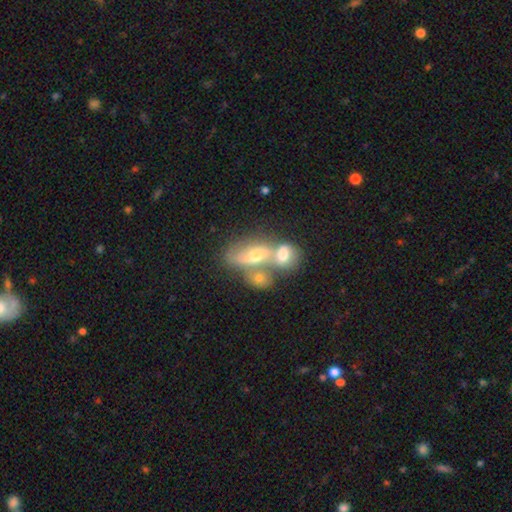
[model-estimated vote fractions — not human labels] featured or disk 45%, smooth 44%, star or artifact 11%. Down the decision tree: merging — merger (64%).